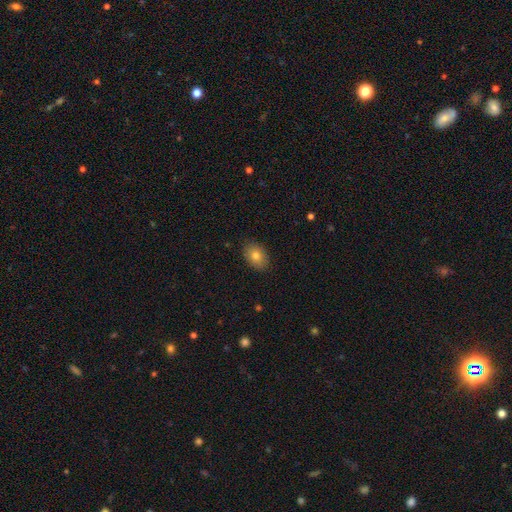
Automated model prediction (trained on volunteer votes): smooth-or-featured: smooth: 79% | featured or disk: 12% | star or artifact: 9%
  how-rounded: in between: 78% | round: 20% | cigar-shaped: 1%
  merging: none: 87% | minor disturbance: 10% | major disturbance: 2% | merger: 1%